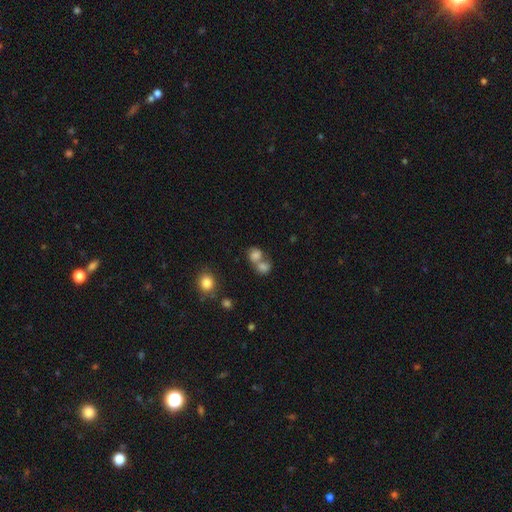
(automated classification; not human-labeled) Smooth or featured? Predicted: smooth (p=0.76). How rounded? Predicted: round (p=0.63). Merging? Predicted: merger (p=0.60).